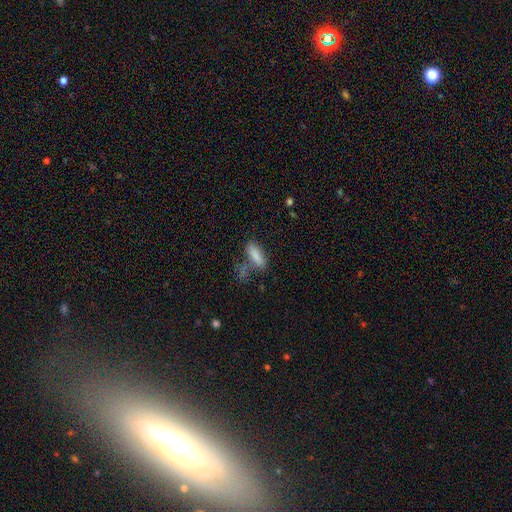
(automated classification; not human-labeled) smooth 83%, featured or disk 9%, star or artifact 8%. Down the decision tree: how rounded — in between (57%); merging — none (58%).